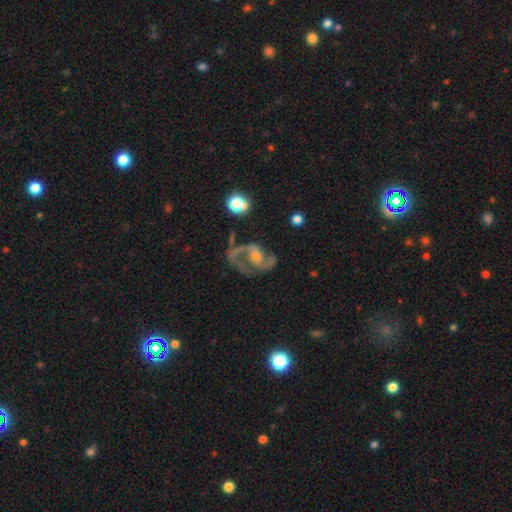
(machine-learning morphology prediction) Overall: featured or disk (83%). Edge-on disk: no (97%). Bar: no (49%; weak 38%). Spiral arms: yes (92%). Spiral arm count: 2 (79%). Spiral winding: medium (54%; loose 27%). Bulge size: small (52%; moderate 35%). Merging: none (56%; major disturbance 21%).